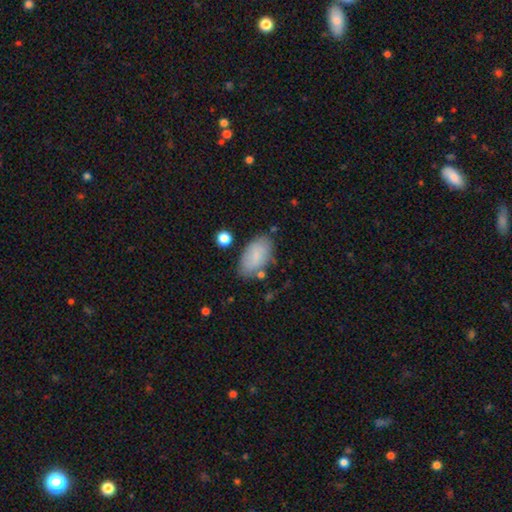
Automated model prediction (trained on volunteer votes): This appears to be a smooth galaxy with no disk features (81%) that is in between round and cigar-shaped (94%). Merging: none (72%).